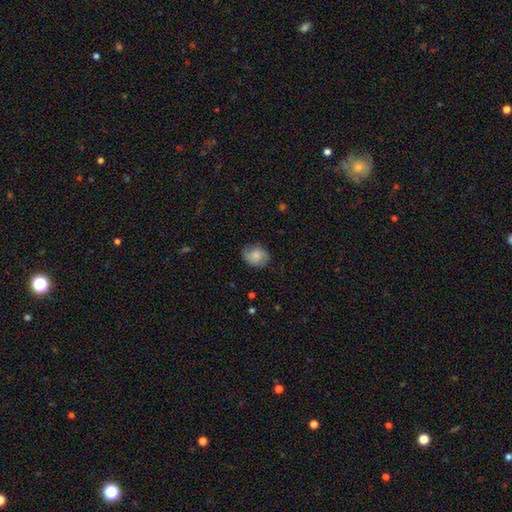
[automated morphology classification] smooth-or-featured: smooth: 70% | featured or disk: 22% | star or artifact: 8%
  how-rounded: round: 59% | in between: 40% | cigar-shaped: 1%
  merging: none: 68% | minor disturbance: 24% | major disturbance: 7% | merger: 1%